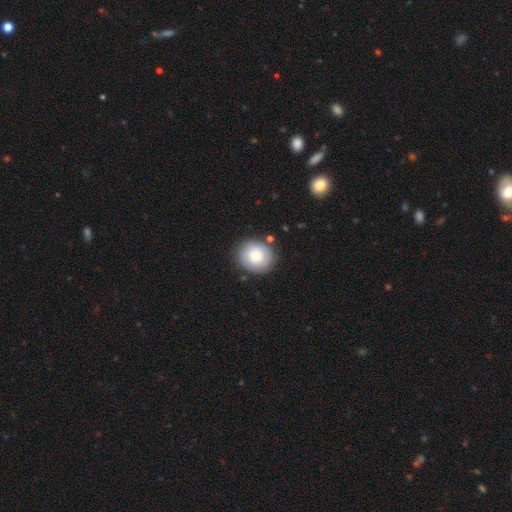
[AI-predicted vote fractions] Q: Smooth or featured?
A: smooth (80%); runner-up: featured or disk (13%)
Q: How rounded?
A: round (72%); runner-up: in between (27%)
Q: Merging?
A: none (82%); runner-up: minor disturbance (12%)